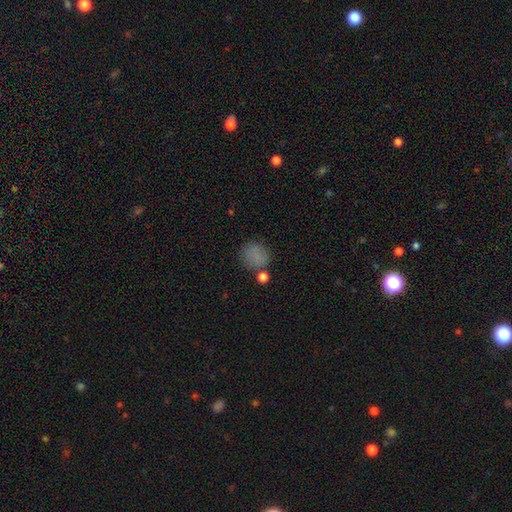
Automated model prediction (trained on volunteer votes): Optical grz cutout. It shows a smooth galaxy with no disk features (80%) that is round (79%). Merging: none (71%).